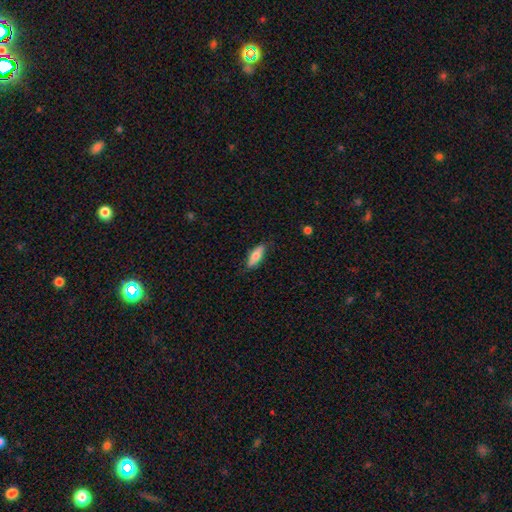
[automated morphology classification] A smooth galaxy with no disk features (73%) that is in between round and cigar-shaped (63%).

Vote fractions:
- Smooth or featured? smooth: 73% / featured or disk: 21% / star or artifact: 6%
- How rounded? in between: 63% / cigar-shaped: 35% / round: 2%
- Merging? none: 80% / minor disturbance: 16% / major disturbance: 3% / merger: 1%